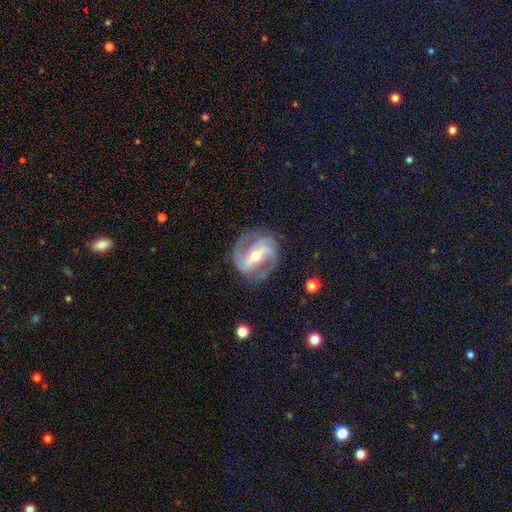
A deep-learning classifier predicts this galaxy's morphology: Overall: featured or disk (89%). Edge-on disk: no (97%). Bar: strong (59%; weak 27%). Spiral arms: yes (96%). Spiral arm count: 2 (79%). Spiral winding: medium (51%; tight 32%). Bulge size: moderate (49%; small 47%). Merging: none (79%).